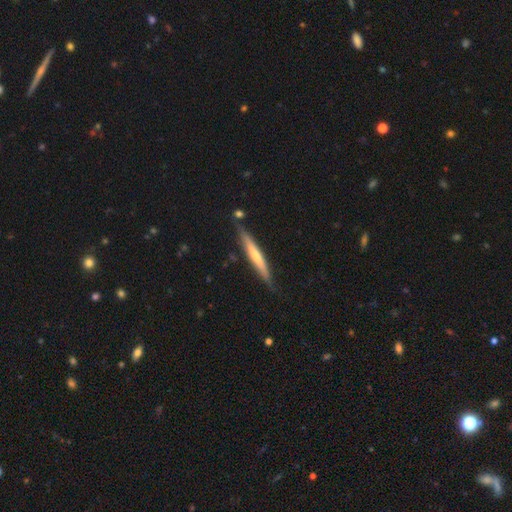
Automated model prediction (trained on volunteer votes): smooth 48%, featured or disk 46%, star or artifact 5%. Down the decision tree: merging — none (80%).